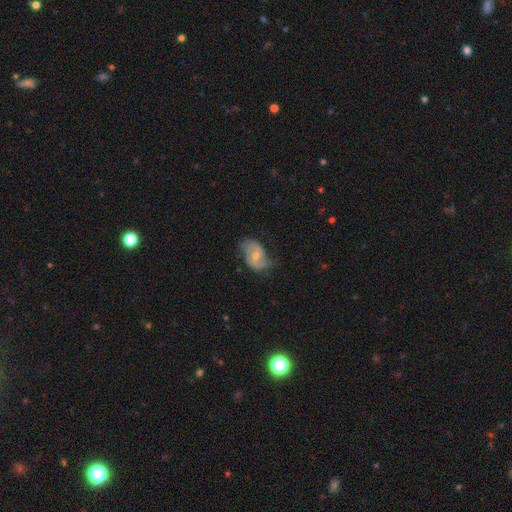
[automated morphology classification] type=featured or disk (65%); edge-on=no (97%); bar=no (47%); spiral arms=yes (84%); winding=medium (42%); arm count=2 (80%); bulge=moderate (58%); merging=none (56%).